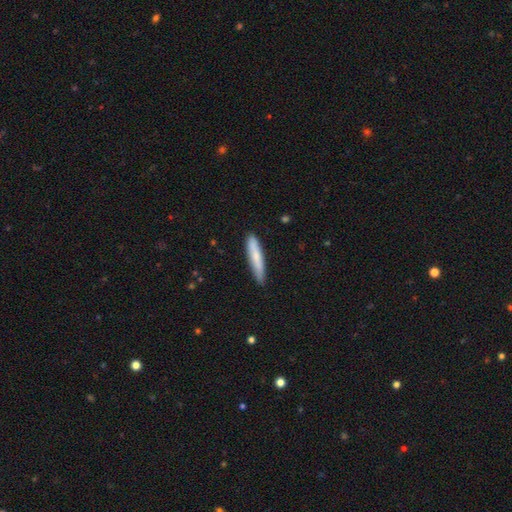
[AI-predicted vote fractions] smooth_or_featured: smooth (p=0.71) [alt: featured or disk p=0.23]
how_rounded: cigar-shaped (p=0.89) [alt: in between p=0.10]
merging: none (p=0.84) [alt: minor disturbance p=0.13]